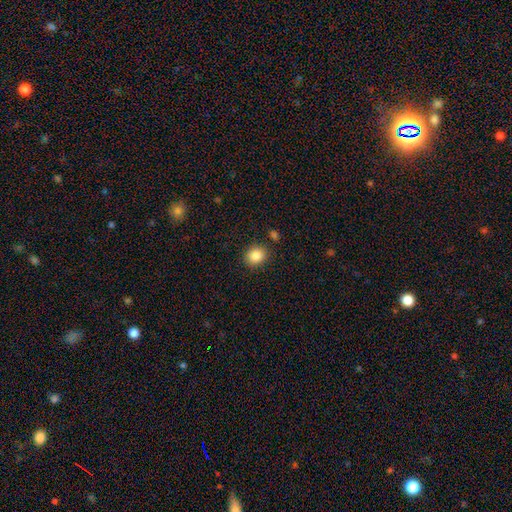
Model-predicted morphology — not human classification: Smooth or featured?
  - smooth: 86% *
  - star or artifact: 9%
  - featured or disk: 4%
How rounded?
  - round: 72% *
  - in between: 27%
  - cigar-shaped: 1%
Merging?
  - none: 86% *
  - minor disturbance: 9%
  - merger: 3%
  - major disturbance: 3%